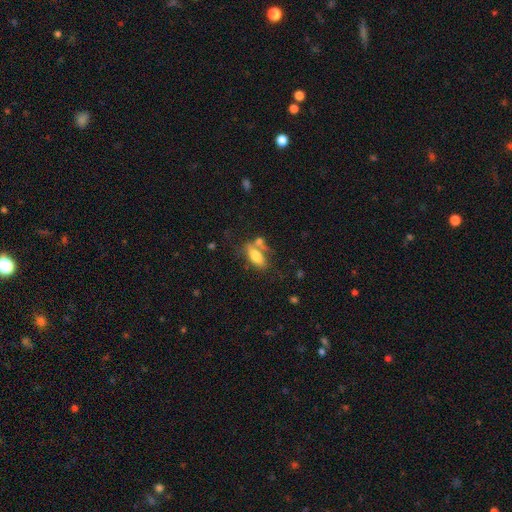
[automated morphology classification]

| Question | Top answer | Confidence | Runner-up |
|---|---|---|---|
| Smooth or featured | smooth | 72% | featured or disk (20%) |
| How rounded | in between | 80% | cigar-shaped (16%) |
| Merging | none | 50% | merger (25%) |